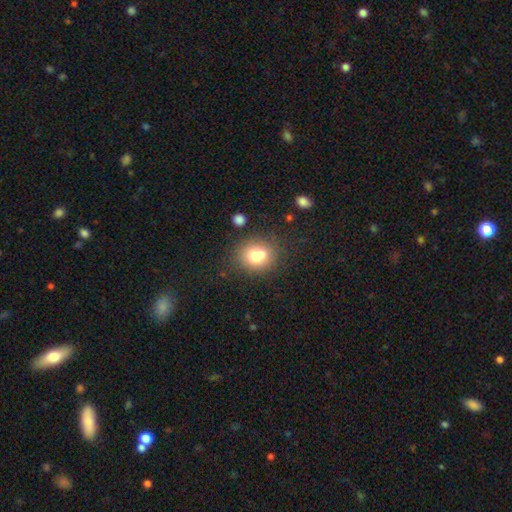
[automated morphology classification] smooth_or_featured: smooth (p=0.74) [alt: featured or disk p=0.15]
how_rounded: round (p=0.63) [alt: in between p=0.36]
merging: none (p=0.57) [alt: merger p=0.23]